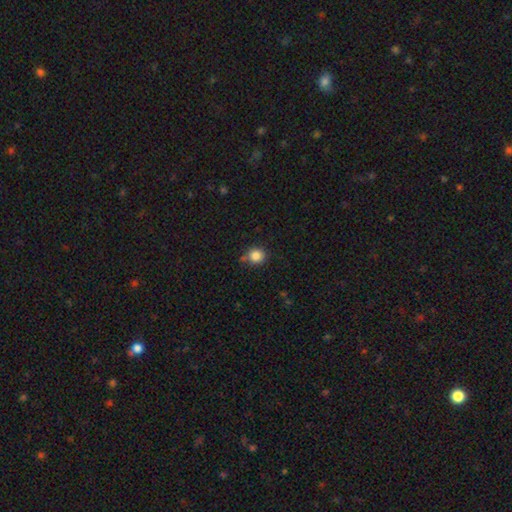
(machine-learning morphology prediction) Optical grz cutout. It shows a smooth galaxy with no disk features (84%) that is round (90%). Merging: none (76%).